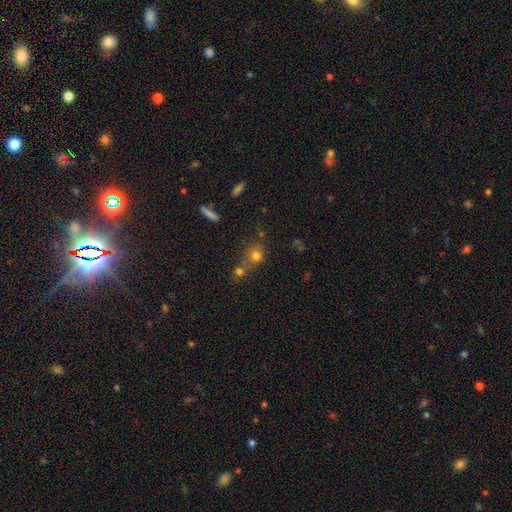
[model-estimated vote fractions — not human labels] This is likely a smooth galaxy (73%). How rounded: likely round (78%). Merging: possibly none (48%).